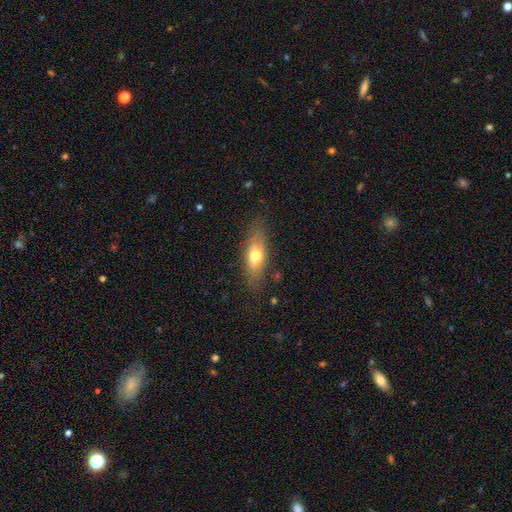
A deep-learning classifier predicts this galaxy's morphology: Smooth or featured? smooth (62%)
How rounded? in between (64%)
Merging? none (78%)